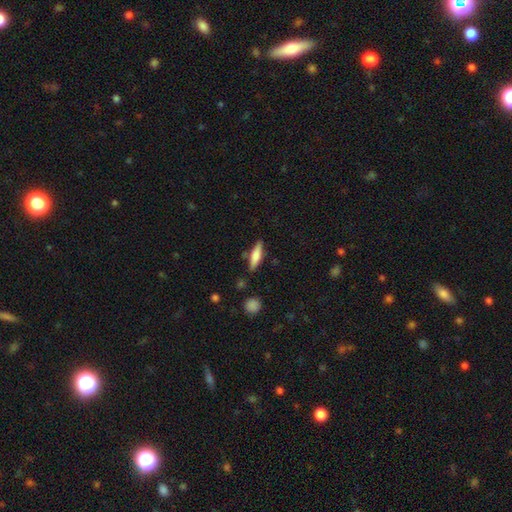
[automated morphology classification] Smooth or featured? smooth (67%)
How rounded? cigar-shaped (65%)
Merging? none (81%)